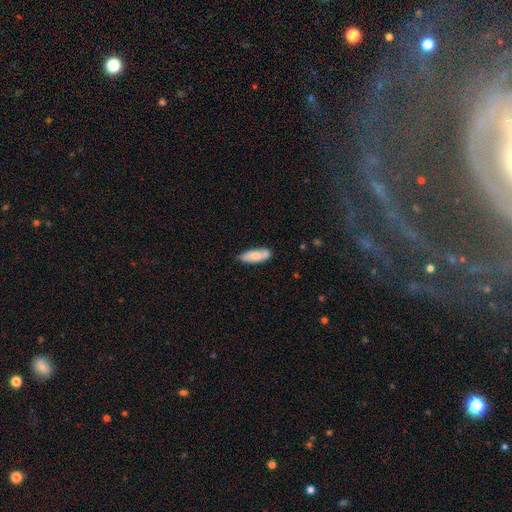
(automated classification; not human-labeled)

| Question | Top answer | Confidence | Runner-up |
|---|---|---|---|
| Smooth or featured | smooth | 70% | featured or disk (24%) |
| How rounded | in between | 68% | cigar-shaped (30%) |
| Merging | none | 63% | minor disturbance (24%) |